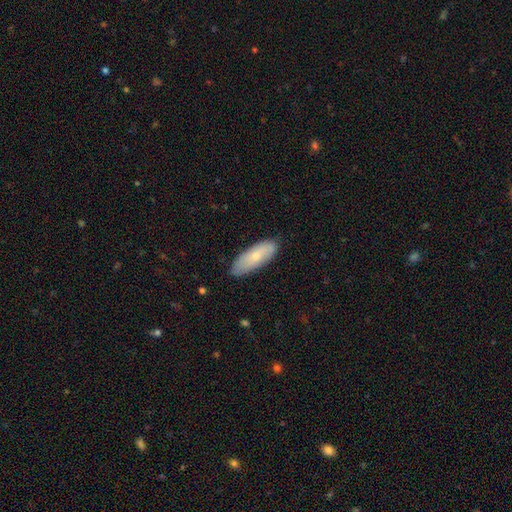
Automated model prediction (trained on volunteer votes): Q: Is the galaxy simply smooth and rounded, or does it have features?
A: smooth — 70%.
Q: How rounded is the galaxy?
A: in between — 68%.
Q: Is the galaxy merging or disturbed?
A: none — 82%.